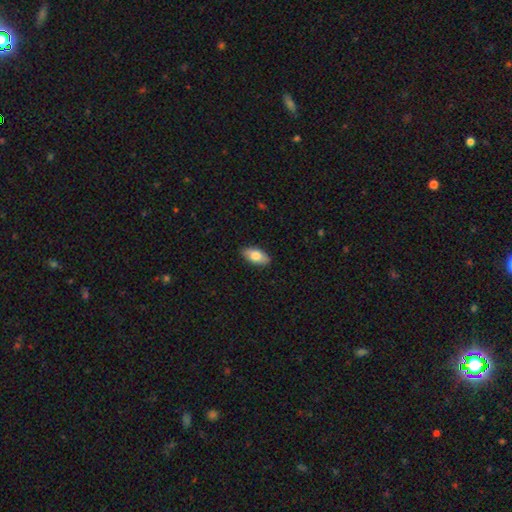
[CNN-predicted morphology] A smooth galaxy with no disk features (79%) that is in between round and cigar-shaped (91%).

Vote fractions:
- Smooth or featured? smooth: 79% / featured or disk: 15% / star or artifact: 6%
- How rounded? in between: 91% / cigar-shaped: 6% / round: 3%
- Merging? none: 88% / minor disturbance: 9% / major disturbance: 2% / merger: 1%